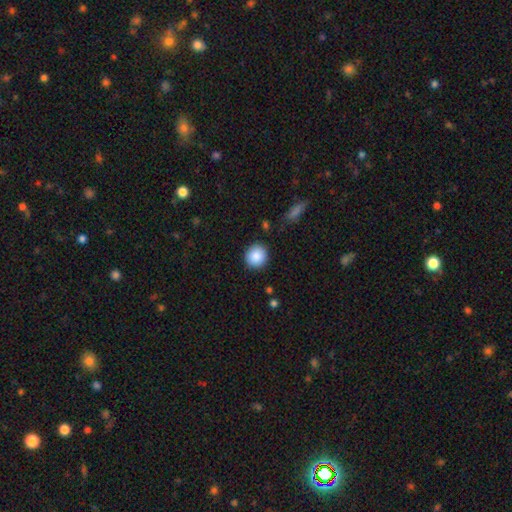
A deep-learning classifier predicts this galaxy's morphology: The model was most divided on "smooth or featured": smooth: 88%, star or artifact: 8%, featured or disk: 4%. More confident: how rounded — round (91%); merging — none (90%).